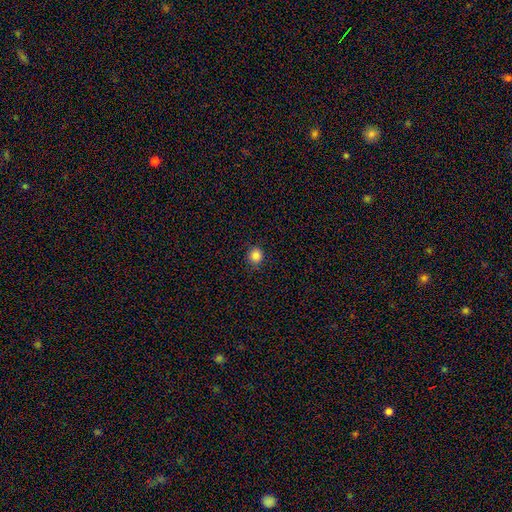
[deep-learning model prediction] Smooth or featured? Predicted: smooth (p=0.86). How rounded? Predicted: round (p=0.89). Merging? Predicted: none (p=0.90).